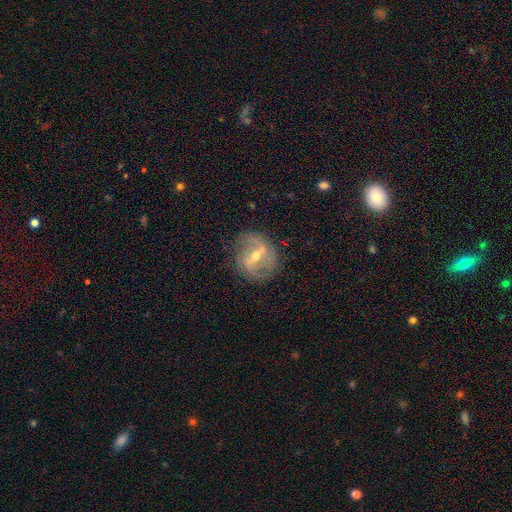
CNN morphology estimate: smooth_or_featured: featured or disk (p=0.83) [alt: smooth p=0.10]
disk_edge_on: no (p=0.94) [alt: yes p=0.06]
bar: strong (p=0.56) [alt: weak p=0.35]
has_spiral_arms: yes (p=0.86) [alt: no p=0.14]
spiral_winding: medium (p=0.41) [alt: loose p=0.38]
spiral_arm_count: 2 (p=0.76) [alt: can't tell p=0.12]
bulge_size: moderate (p=0.56) [alt: small p=0.40]
merging: none (p=0.77) [alt: minor disturbance p=0.15]